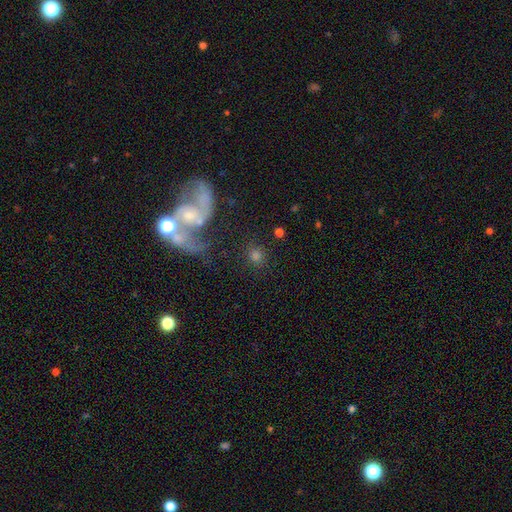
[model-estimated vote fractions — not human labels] Overall: smooth (62%; featured or disk 24%). How rounded: round (81%). Merging: none (67%).